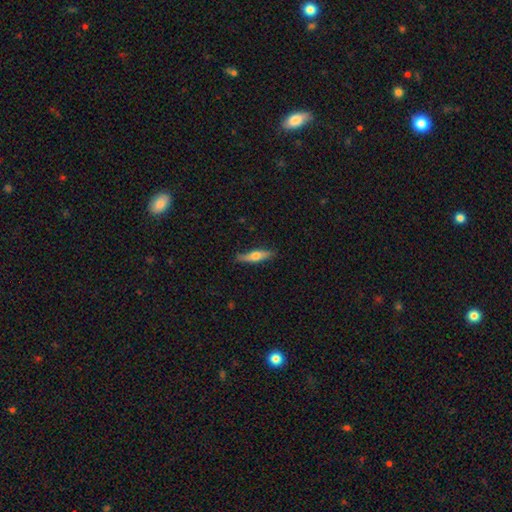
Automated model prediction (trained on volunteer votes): A smooth galaxy with no disk features (55%) that is cigar-shaped (74%).

Vote fractions:
- Smooth or featured? smooth: 55% / featured or disk: 39% / star or artifact: 6%
- How rounded? cigar-shaped: 74% / in between: 24% / round: 2%
- Merging? none: 83% / minor disturbance: 13% / major disturbance: 2% / merger: 1%